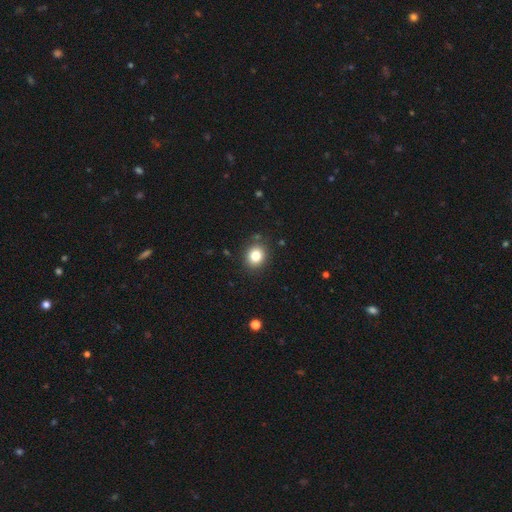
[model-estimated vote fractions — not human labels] A smooth galaxy with no disk features (81%) that is round (73%). Merging: none (87%).